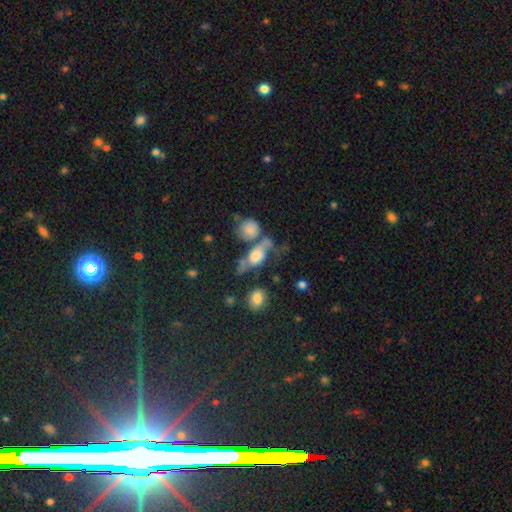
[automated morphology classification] This appears to be a smooth galaxy with no disk features (49%). Merging: none (33%).